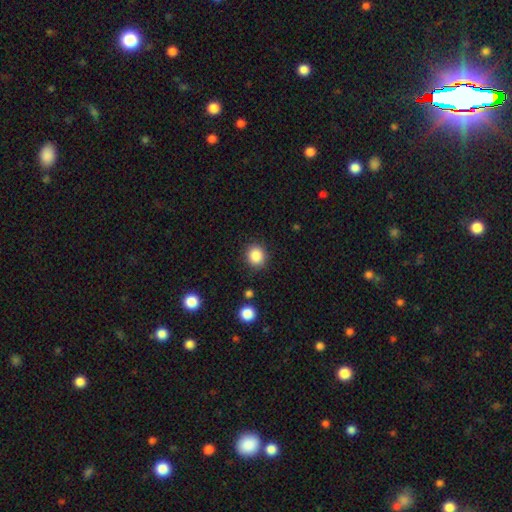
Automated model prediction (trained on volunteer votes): smooth 87%, star or artifact 10%, featured or disk 4%. Down the decision tree: how rounded — round (80%); merging — none (87%).